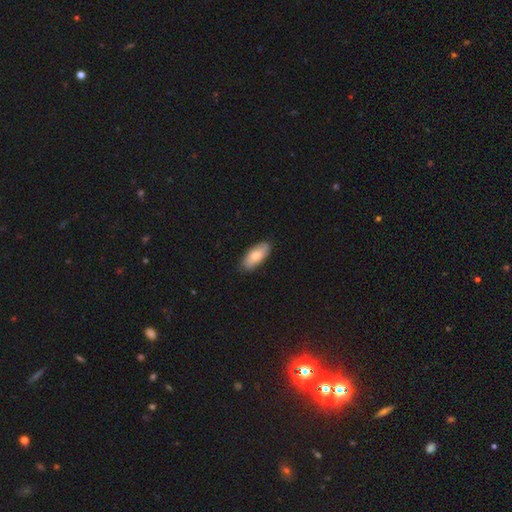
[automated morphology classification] Smooth or featured? Predicted: smooth (p=0.79). How rounded? Predicted: in between (p=0.85). Merging? Predicted: none (p=0.87).